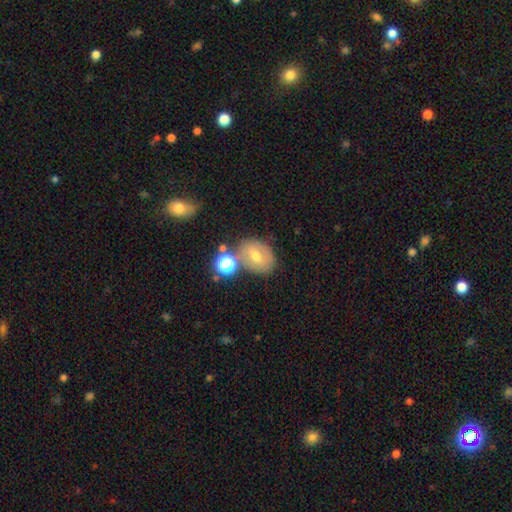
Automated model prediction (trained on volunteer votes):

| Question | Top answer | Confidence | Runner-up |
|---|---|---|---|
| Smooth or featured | smooth | 53% | featured or disk (32%) |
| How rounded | in between | 57% | round (42%) |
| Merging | none | 59% | merger (19%) |